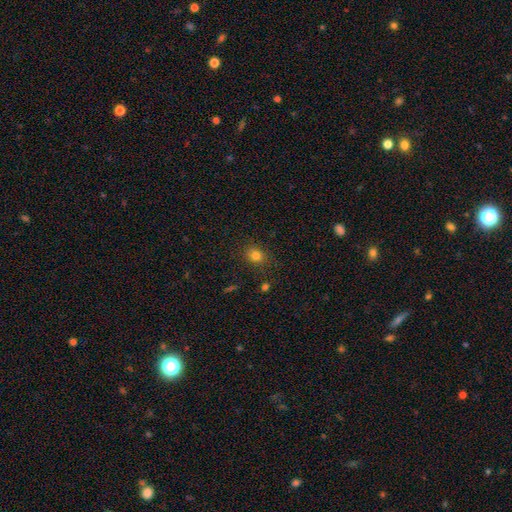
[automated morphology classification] Smooth or featured: smooth — 80% (star or artifact — 14%)
How rounded: round — 63% (in between — 36%)
Merging: none — 85% (minor disturbance — 10%)